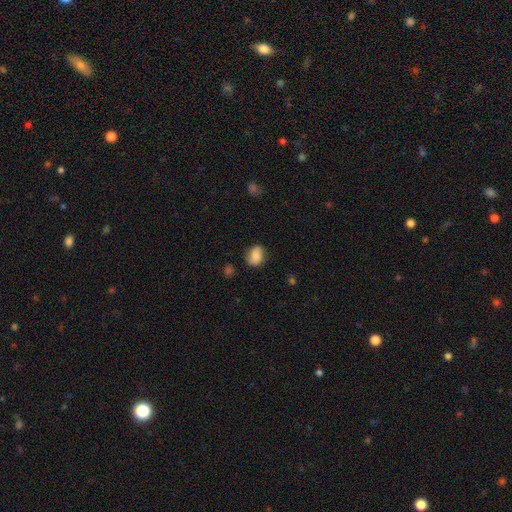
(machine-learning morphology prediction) This appears to be a smooth galaxy with no disk features (75%) that is in between round and cigar-shaped (64%). Merging: none (70%).